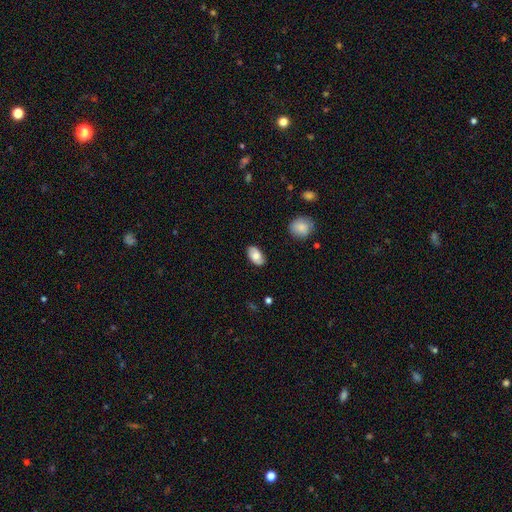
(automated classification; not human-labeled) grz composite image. It shows a smooth galaxy with no disk features (72%) that is in between round and cigar-shaped (93%). Merging: none (84%).